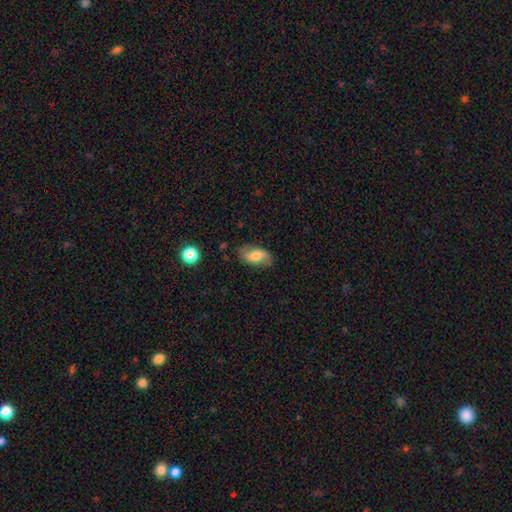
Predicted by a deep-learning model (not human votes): smooth 63%, featured or disk 29%, star or artifact 8%. Down the decision tree: how rounded — in between (90%); merging — none (74%).